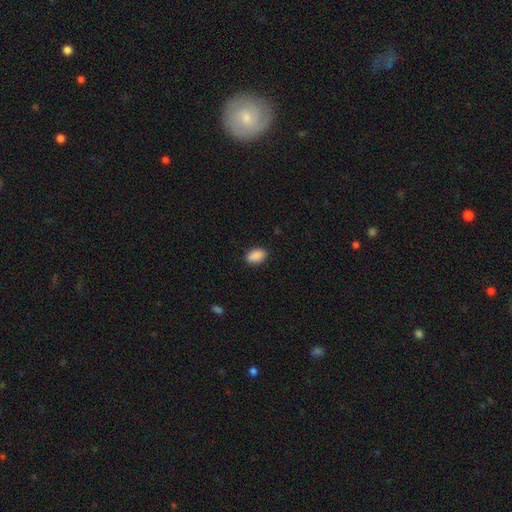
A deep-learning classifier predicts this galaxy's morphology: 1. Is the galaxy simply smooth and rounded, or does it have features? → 90% smooth, 7% star or artifact, 3% featured or disk.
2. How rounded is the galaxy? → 90% in between, 8% round, 2% cigar-shaped.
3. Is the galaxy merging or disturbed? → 87% none, 10% minor disturbance, 2% major disturbance, 1% merger.